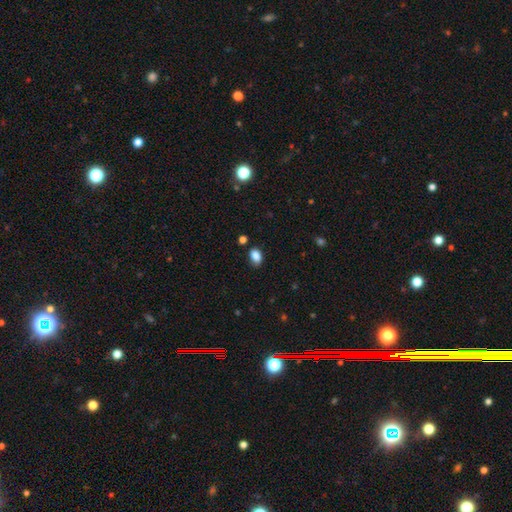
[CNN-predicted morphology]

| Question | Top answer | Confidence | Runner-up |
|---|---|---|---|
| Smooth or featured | smooth | 87% | star or artifact (9%) |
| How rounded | in between | 84% | round (14%) |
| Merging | none | 81% | minor disturbance (14%) |